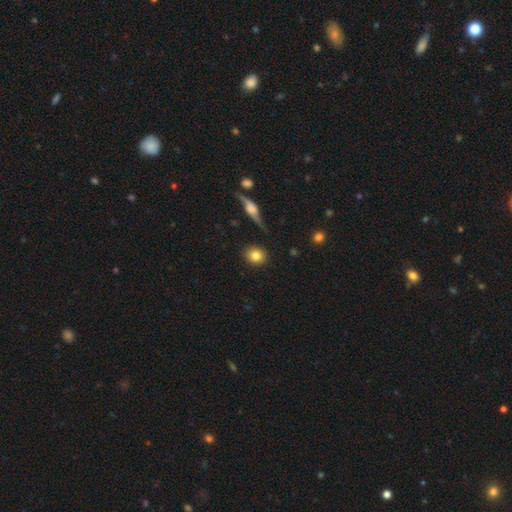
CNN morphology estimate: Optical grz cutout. It shows a smooth galaxy with no disk features (82%) that is round (83%). Merging: none (88%).